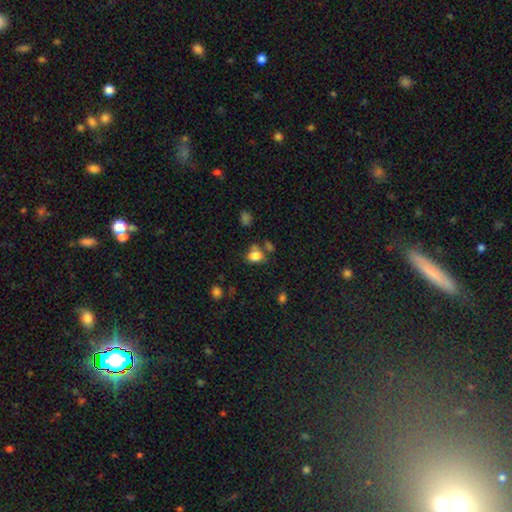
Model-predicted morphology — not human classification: A smooth galaxy with no disk features (81%) that is in between round and cigar-shaped (67%).

Vote fractions:
- Smooth or featured? smooth: 81% / star or artifact: 12% / featured or disk: 8%
- How rounded? in between: 67% / round: 32% / cigar-shaped: 1%
- Merging? none: 55% / minor disturbance: 19% / merger: 18% / major disturbance: 8%